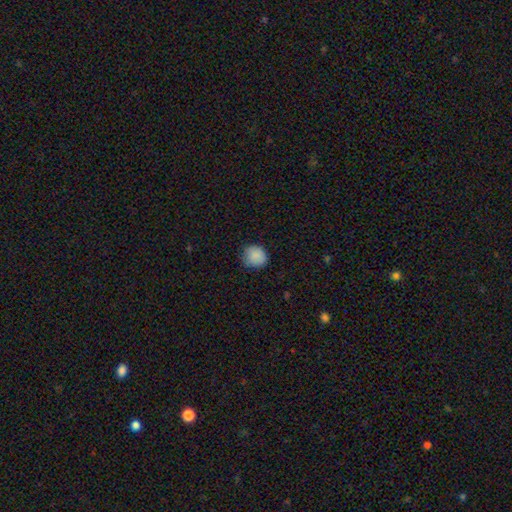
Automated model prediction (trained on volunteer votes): Smooth or featured? smooth (88%)
How rounded? round (84%)
Merging? none (78%)